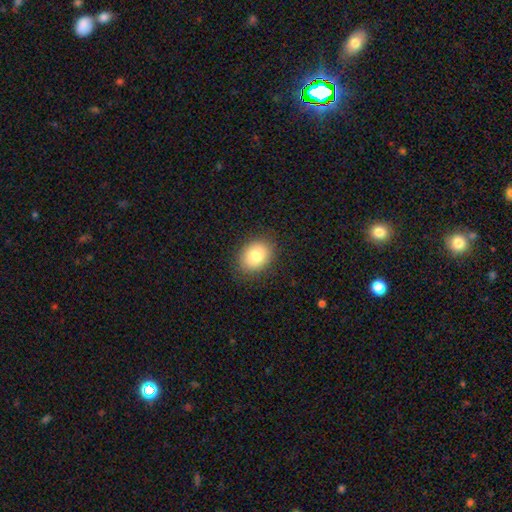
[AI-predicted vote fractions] Morphology: type=smooth (82%); roundness=in between (58%); merging=none (87%).